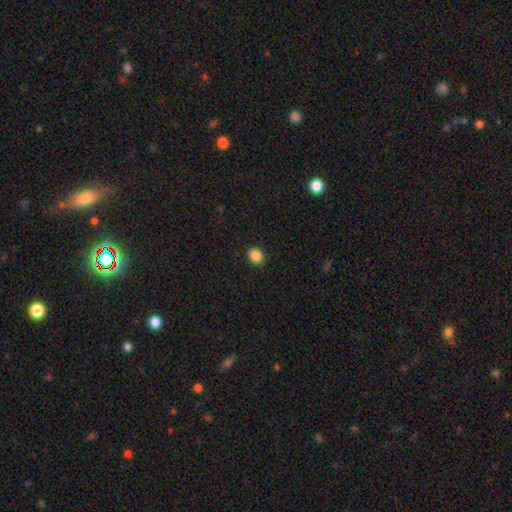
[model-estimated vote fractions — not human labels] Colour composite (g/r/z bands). It shows a smooth galaxy with no disk features (87%) that is round (60%). Merging: none (90%).